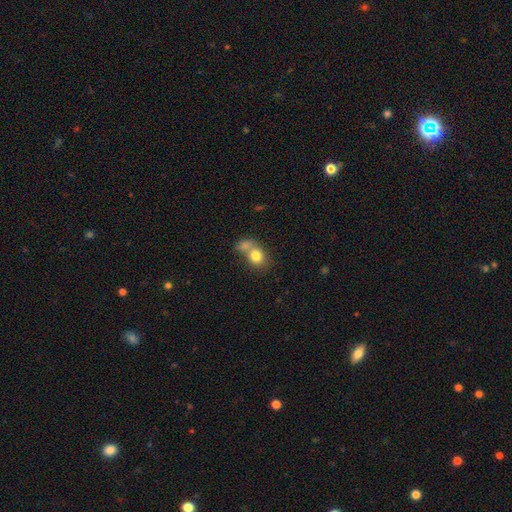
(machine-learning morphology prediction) A smooth galaxy with no disk features (79%) that is round (61%). Merging: merger (51%).